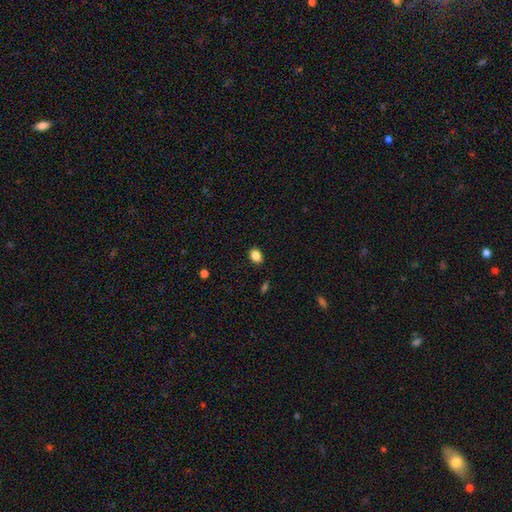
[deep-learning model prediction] This is clearly a smooth galaxy (87%). How rounded: likely in between (77%). Merging: clearly none (88%).